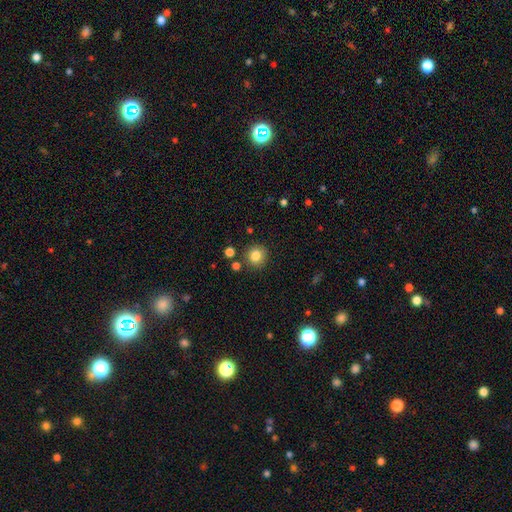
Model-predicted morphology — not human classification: Smooth or featured? Predicted: smooth (p=0.83). How rounded? Predicted: round (p=0.91). Merging? Predicted: none (p=0.86).